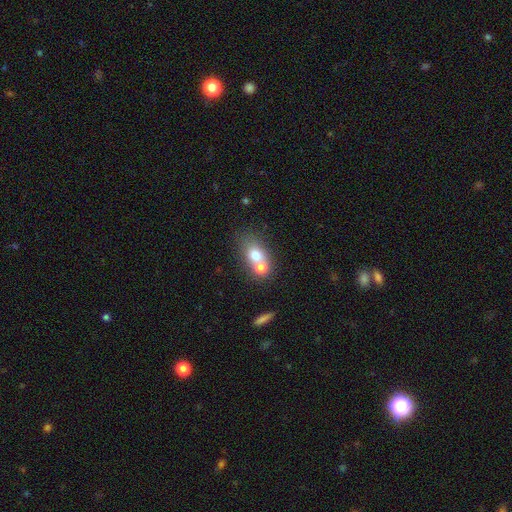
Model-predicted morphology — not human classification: This is likely a smooth galaxy (68%). How rounded: possibly in between (58%). Merging: likely merger (63%).